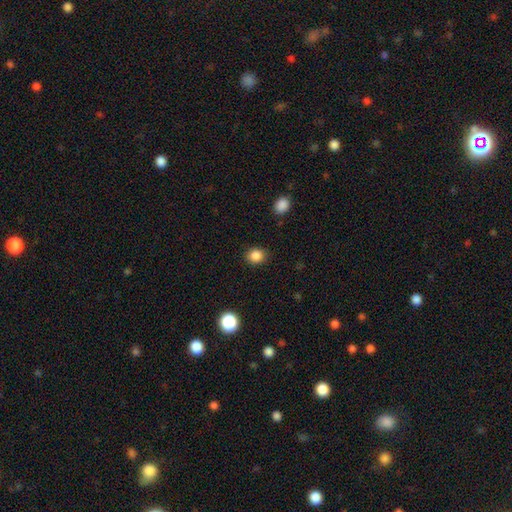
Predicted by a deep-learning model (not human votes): smooth 86%, star or artifact 11%, featured or disk 4%. Down the decision tree: how rounded — round (71%); merging — none (88%).